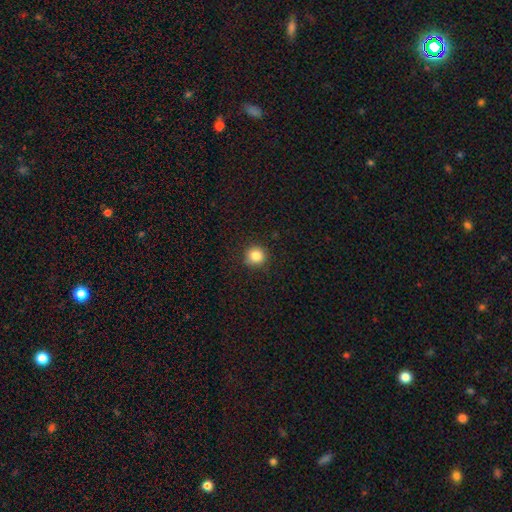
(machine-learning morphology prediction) This is clearly a smooth galaxy (86%). How rounded: clearly round (93%). Merging: clearly none (88%).